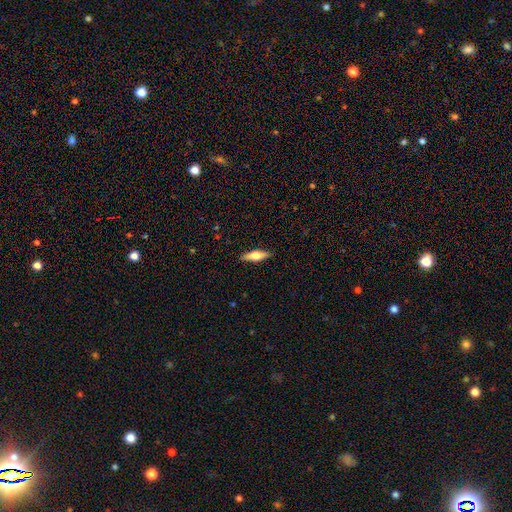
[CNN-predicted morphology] smooth-or-featured: smooth: 53% | featured or disk: 41% | star or artifact: 6%
  how-rounded: cigar-shaped: 52% | in between: 45% | round: 3%
  merging: none: 88% | minor disturbance: 9% | major disturbance: 2% | merger: 1%